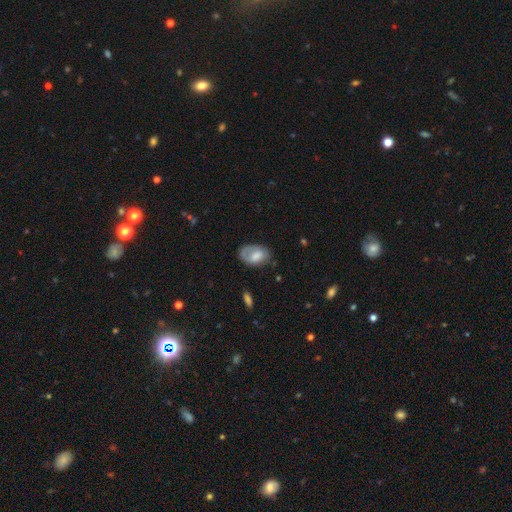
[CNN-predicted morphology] smooth 61%, featured or disk 32%, star or artifact 7%. Down the decision tree: how rounded — in between (87%); merging — none (55%).